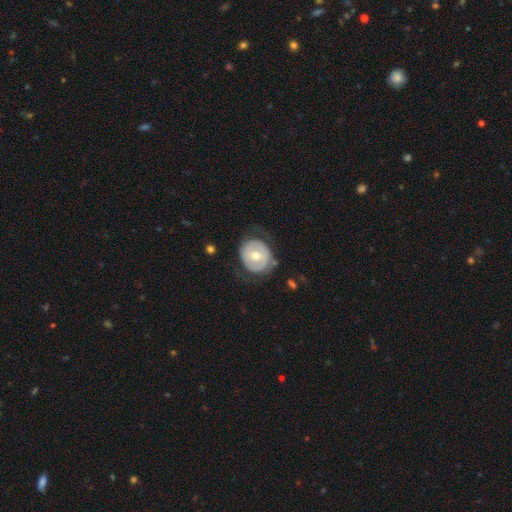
A featured or disk galaxy (51%) with no bar (53%), no spiral arms (53%) and a moderate central bulge (65%). Merging: none (49%).